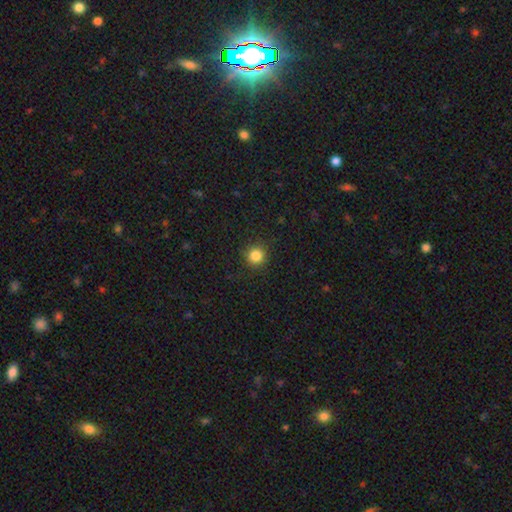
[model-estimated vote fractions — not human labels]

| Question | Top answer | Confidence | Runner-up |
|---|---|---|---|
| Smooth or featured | smooth | 84% | star or artifact (12%) |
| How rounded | round | 94% | in between (5%) |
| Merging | none | 90% | minor disturbance (6%) |